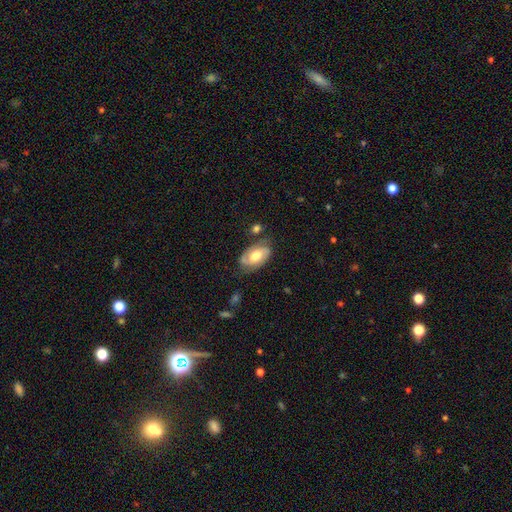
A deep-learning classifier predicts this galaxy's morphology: The model was most divided on "bar": no: 58%, weak: 32%, strong: 10%. More confident: edge-on disk — no (94%); spiral arms — yes (81%); merging — none (68%); bulge size — moderate (61%); smooth or featured — featured or disk (60%).